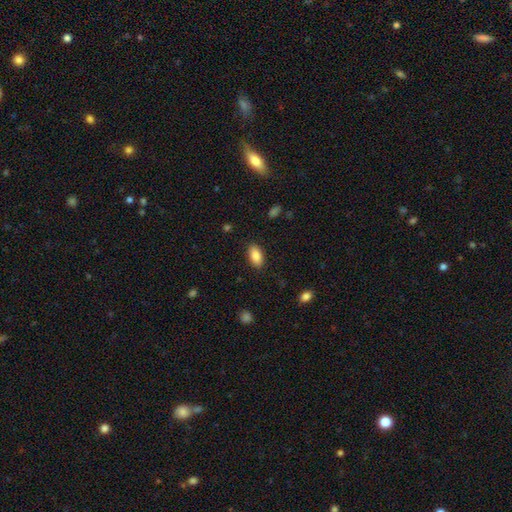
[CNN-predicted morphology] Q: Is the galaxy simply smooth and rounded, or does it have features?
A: smooth — 87%.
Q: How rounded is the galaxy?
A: in between — 92%.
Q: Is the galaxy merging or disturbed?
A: none — 87%.